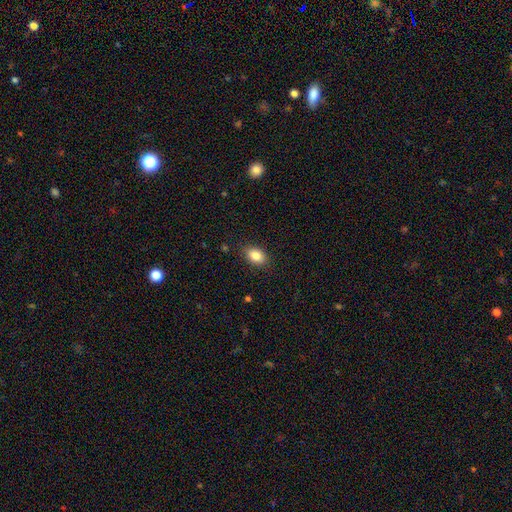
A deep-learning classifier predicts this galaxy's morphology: Smooth or featured? smooth (85%)
How rounded? in between (84%)
Merging? none (86%)